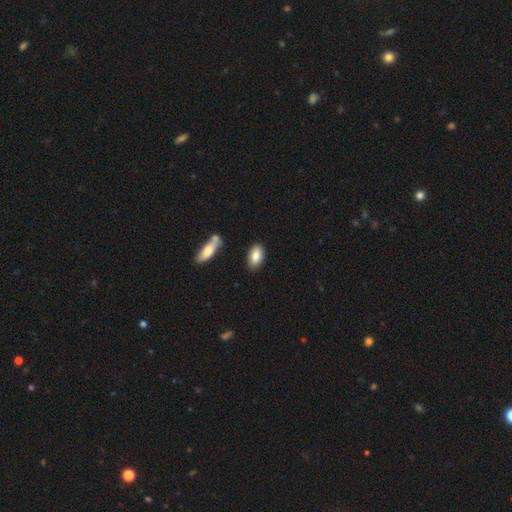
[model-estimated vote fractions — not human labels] smooth 82%, featured or disk 12%, star or artifact 6%. Down the decision tree: how rounded — in between (91%); merging — none (85%).